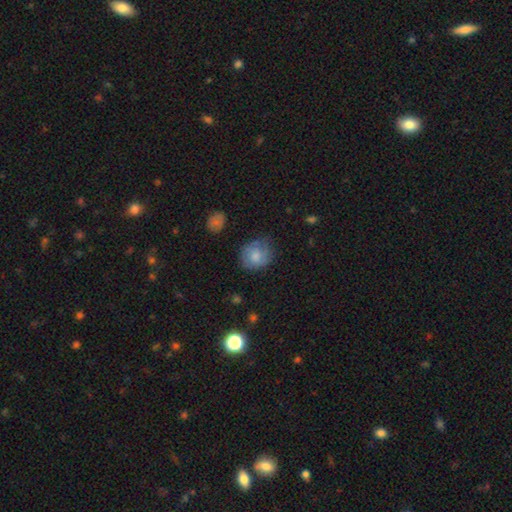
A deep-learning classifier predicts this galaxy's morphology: This is likely a smooth galaxy (63%). How rounded: likely round (72%). Merging: likely none (66%).